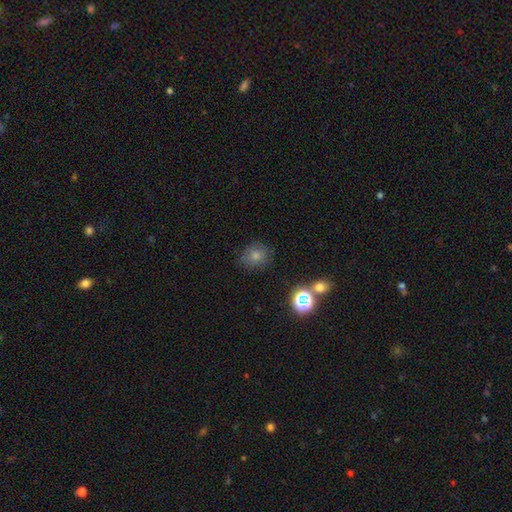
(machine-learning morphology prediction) Smooth or featured: smooth — 75% (star or artifact — 16%)
How rounded: round — 77% (in between — 22%)
Merging: none — 79% (minor disturbance — 14%)